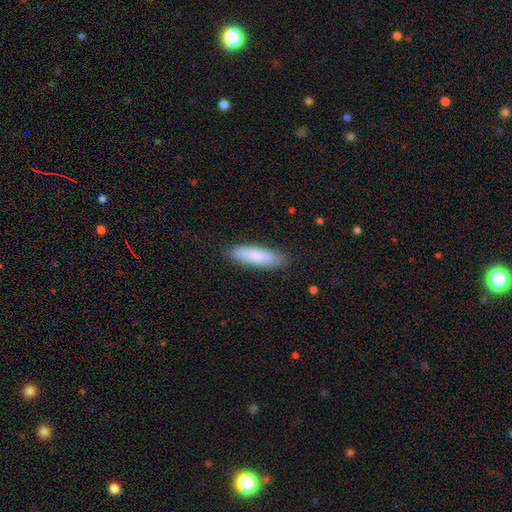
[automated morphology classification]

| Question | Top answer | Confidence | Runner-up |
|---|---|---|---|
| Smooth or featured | smooth | 83% | featured or disk (11%) |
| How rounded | cigar-shaped | 63% | in between (35%) |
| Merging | none | 88% | minor disturbance (9%) |